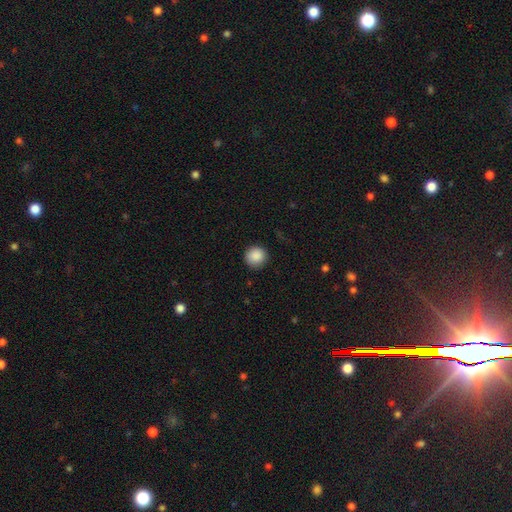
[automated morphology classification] Q: Smooth or featured?
A: smooth (89%); runner-up: star or artifact (8%)
Q: How rounded?
A: round (94%); runner-up: in between (5%)
Q: Merging?
A: none (89%); runner-up: minor disturbance (8%)